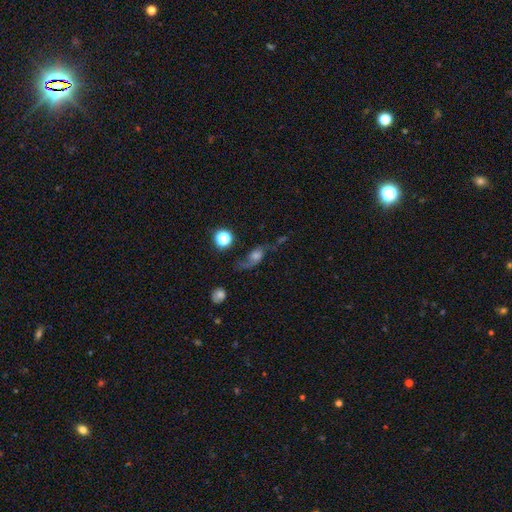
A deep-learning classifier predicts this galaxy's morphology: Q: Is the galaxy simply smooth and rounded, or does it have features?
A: featured or disk — 61%.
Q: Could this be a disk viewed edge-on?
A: no — 86%.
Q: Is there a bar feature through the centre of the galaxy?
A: no — 69%.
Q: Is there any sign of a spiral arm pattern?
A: yes — 88%.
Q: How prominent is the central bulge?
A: moderate — 35%.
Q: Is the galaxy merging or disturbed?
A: none — 55%.